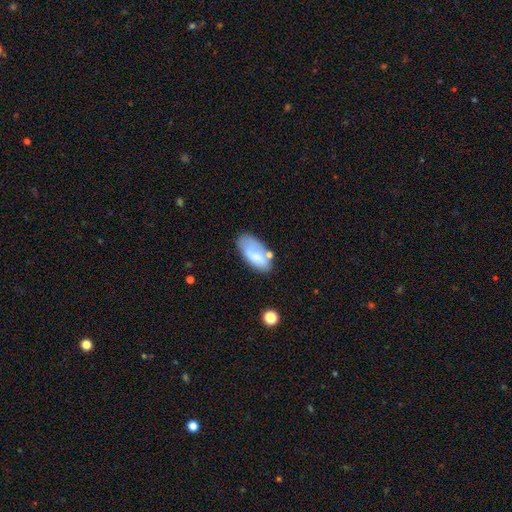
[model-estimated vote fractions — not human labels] Smooth or featured?
  - smooth: 70% *
  - featured or disk: 22%
  - star or artifact: 8%
How rounded?
  - in between: 92% *
  - cigar-shaped: 6%
  - round: 2%
Merging?
  - none: 53% *
  - minor disturbance: 26%
  - merger: 11%
  - major disturbance: 10%